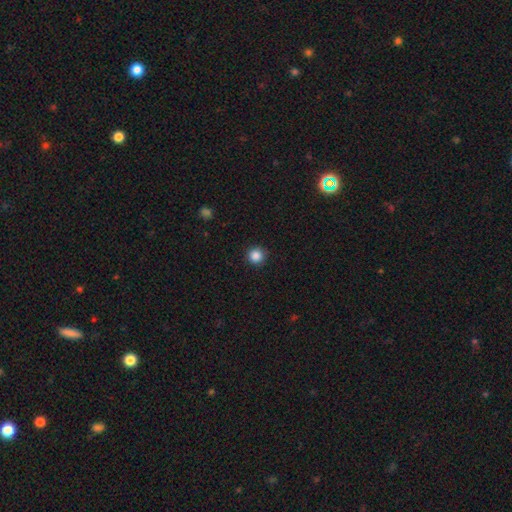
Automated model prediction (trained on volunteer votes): Overall: smooth (86%). How rounded: round (96%). Merging: none (92%).